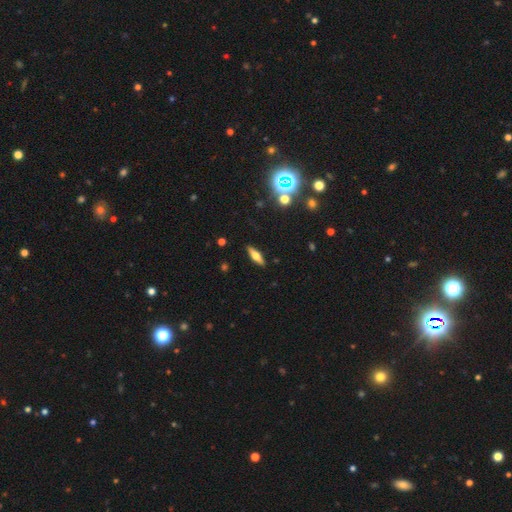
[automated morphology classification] A featured or disk galaxy (53%) viewed edge-on (92%). Merging: none (90%).